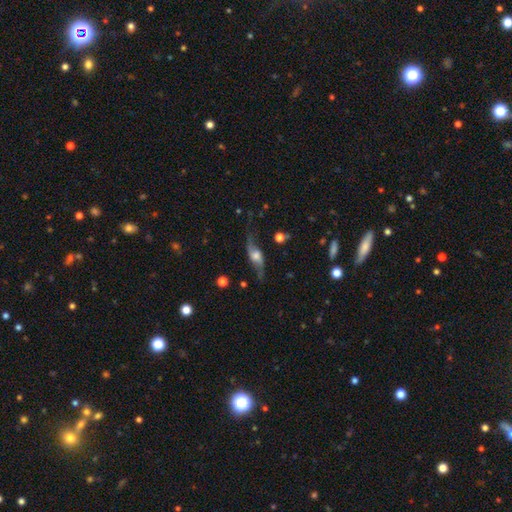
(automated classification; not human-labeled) This is likely a featured or disk galaxy (70%). It is likely not viewed edge-on (71%). Merging: likely none (65%).